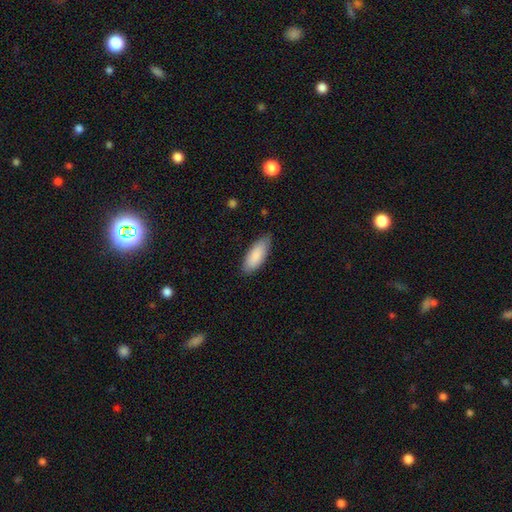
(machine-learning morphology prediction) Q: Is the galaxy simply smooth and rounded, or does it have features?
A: smooth — 88%.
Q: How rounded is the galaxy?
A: in between — 77%.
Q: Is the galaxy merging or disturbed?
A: none — 82%.